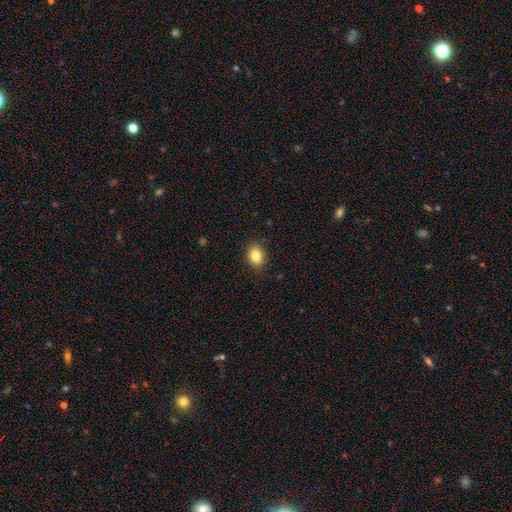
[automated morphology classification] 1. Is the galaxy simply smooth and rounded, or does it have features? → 84% smooth, 9% star or artifact, 7% featured or disk.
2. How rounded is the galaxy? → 65% in between, 34% round, 1% cigar-shaped.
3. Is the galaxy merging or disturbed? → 86% none, 10% minor disturbance, 2% major disturbance, 1% merger.